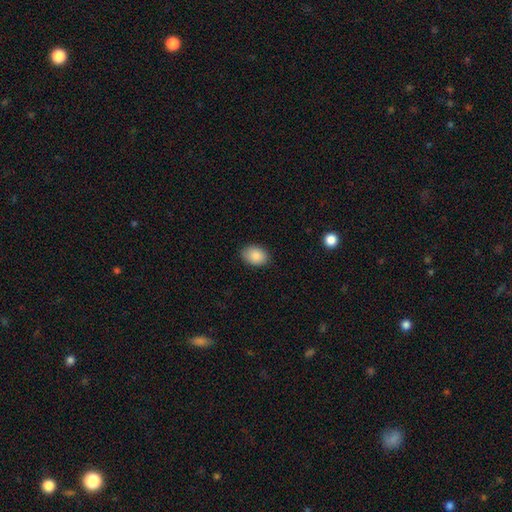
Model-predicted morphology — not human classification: Smooth or featured?
  - smooth: 88% *
  - star or artifact: 7%
  - featured or disk: 5%
How rounded?
  - in between: 80% *
  - round: 19%
  - cigar-shaped: 1%
Merging?
  - none: 85% *
  - minor disturbance: 11%
  - major disturbance: 2%
  - merger: 1%